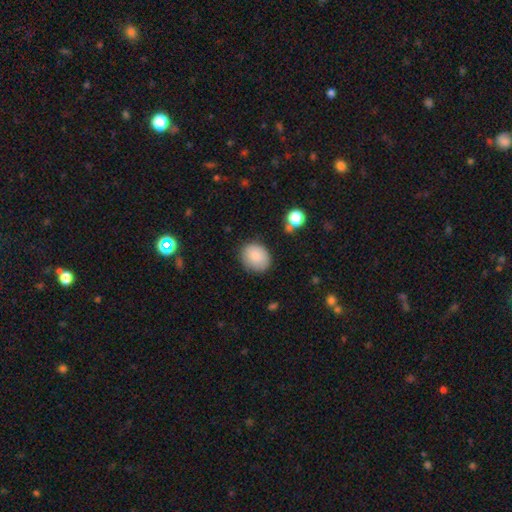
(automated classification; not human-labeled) Overall: smooth (86%). How rounded: round (58%; in between 41%). Merging: none (80%).